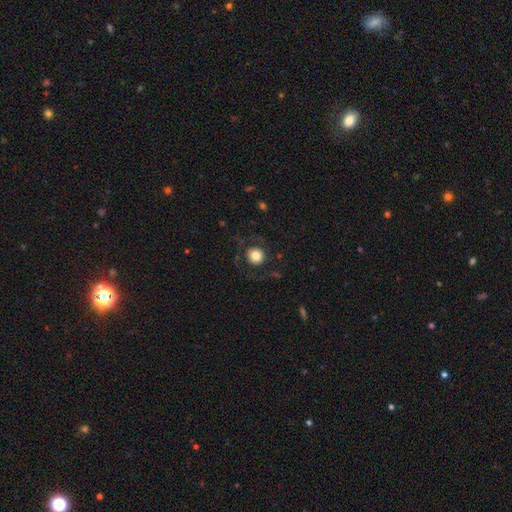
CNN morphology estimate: This is likely a smooth galaxy (70%). How rounded: clearly round (92%). Merging: likely none (74%).